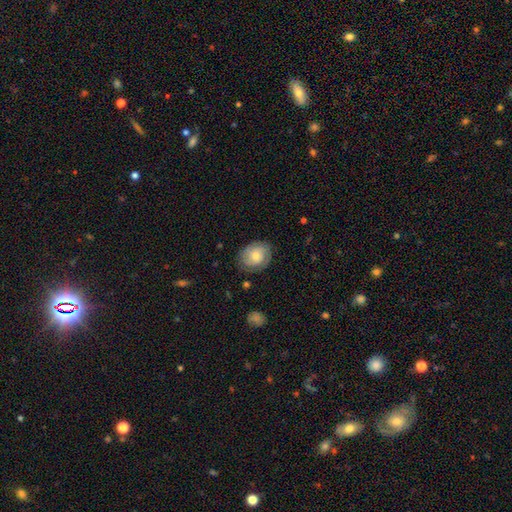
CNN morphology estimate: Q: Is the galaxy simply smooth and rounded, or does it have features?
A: smooth — 53%.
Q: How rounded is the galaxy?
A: in between — 54%.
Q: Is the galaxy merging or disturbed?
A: none — 77%.